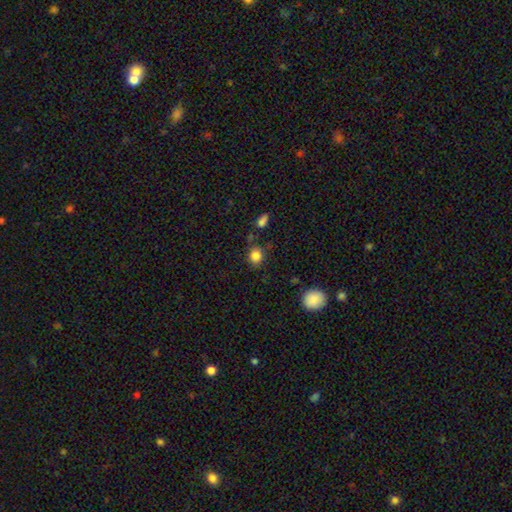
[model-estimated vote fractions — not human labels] smooth-or-featured: smooth: 85% | star or artifact: 11% | featured or disk: 5%
  how-rounded: round: 73% | in between: 26% | cigar-shaped: 1%
  merging: none: 79% | minor disturbance: 13% | merger: 5% | major disturbance: 4%